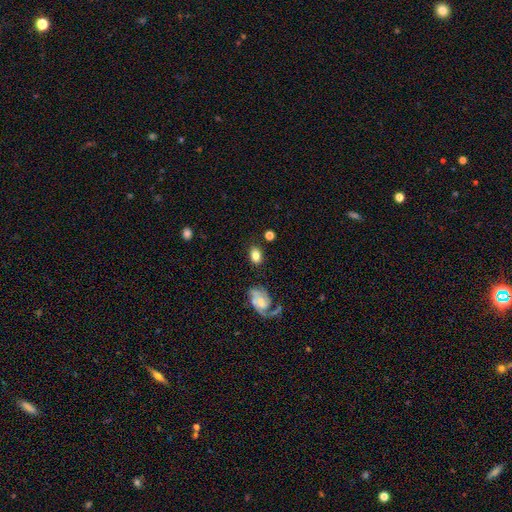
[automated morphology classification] This is likely a smooth galaxy (77%). How rounded: likely in between (75%). Merging: likely none (78%).